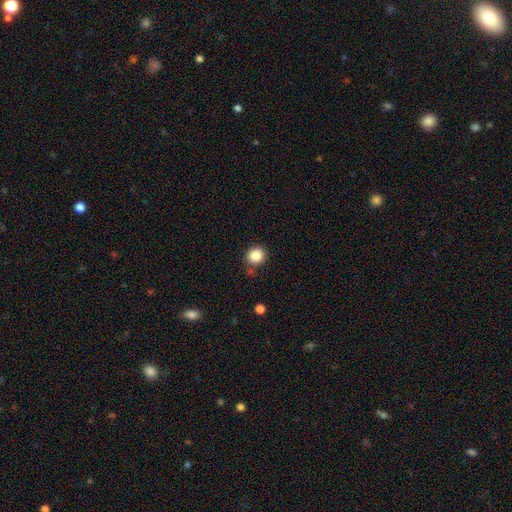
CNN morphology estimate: The model was most divided on "merging": none: 82%, minor disturbance: 11%, merger: 5%, major disturbance: 3%. More confident: how rounded — round (89%); smooth or featured — smooth (85%).